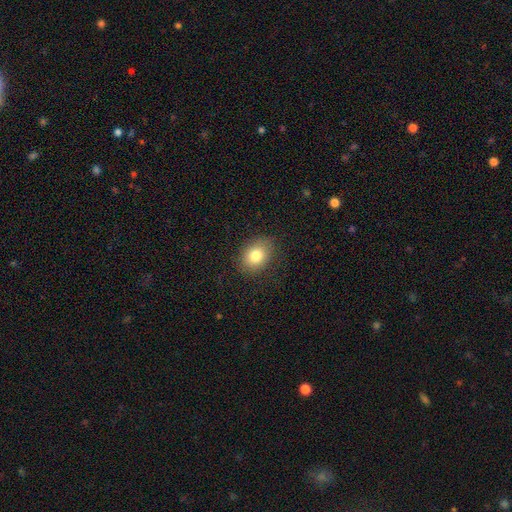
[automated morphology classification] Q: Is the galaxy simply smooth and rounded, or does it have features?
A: smooth — 80%.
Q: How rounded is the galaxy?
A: in between — 57%.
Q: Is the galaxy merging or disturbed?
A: none — 83%.